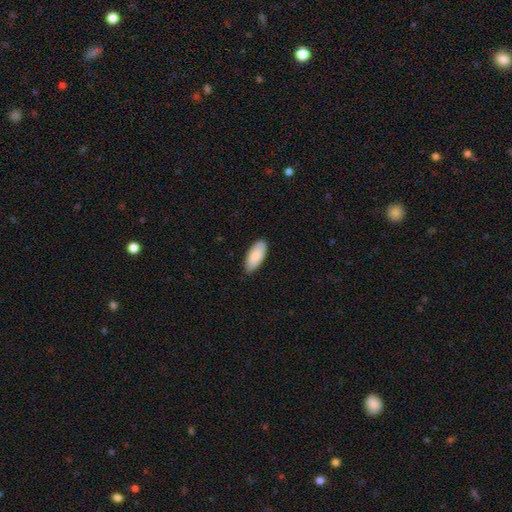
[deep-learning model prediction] This is clearly a smooth galaxy (88%). How rounded: clearly in between (87%). Merging: clearly none (84%).